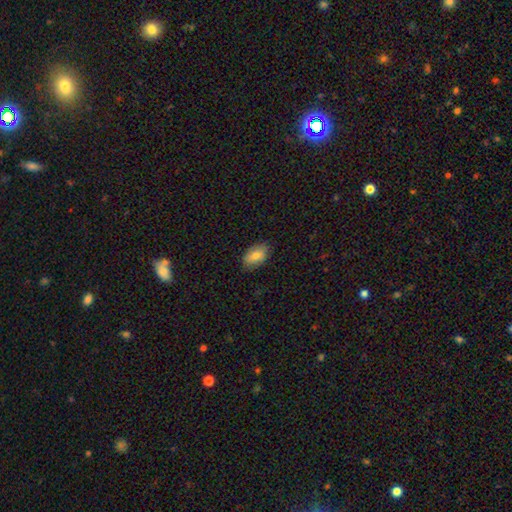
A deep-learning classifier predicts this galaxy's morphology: type=smooth (79%); roundness=in between (93%); merging=none (82%).